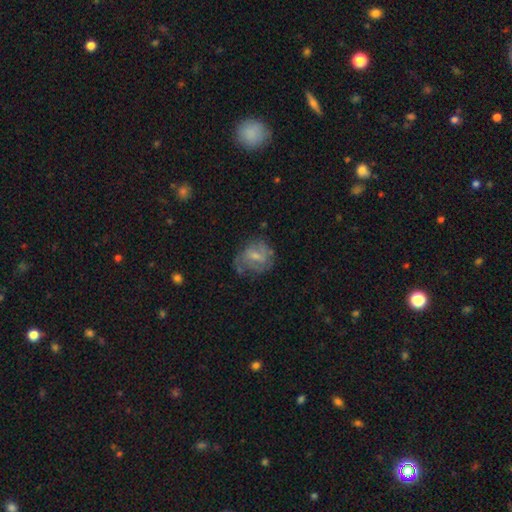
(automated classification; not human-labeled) Morphology: type=featured or disk (49%); merging=none (49%).